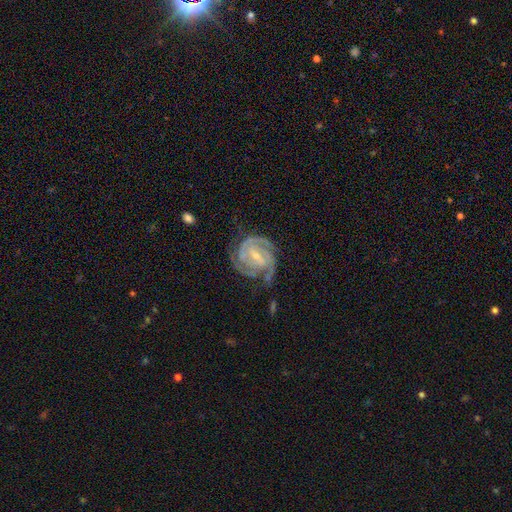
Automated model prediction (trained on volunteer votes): smooth_or_featured: featured or disk (p=0.92) [alt: star or artifact p=0.04]
disk_edge_on: no (p=0.98) [alt: yes p=0.02]
bar: weak (p=0.48) [alt: strong p=0.33]
has_spiral_arms: yes (p=0.98) [alt: no p=0.02]
spiral_winding: tight (p=0.72) [alt: medium p=0.25]
spiral_arm_count: 2 (p=0.39) [alt: 3 p=0.33]
bulge_size: small (p=0.67) [alt: moderate p=0.28]
merging: none (p=0.68) [alt: minor disturbance p=0.20]